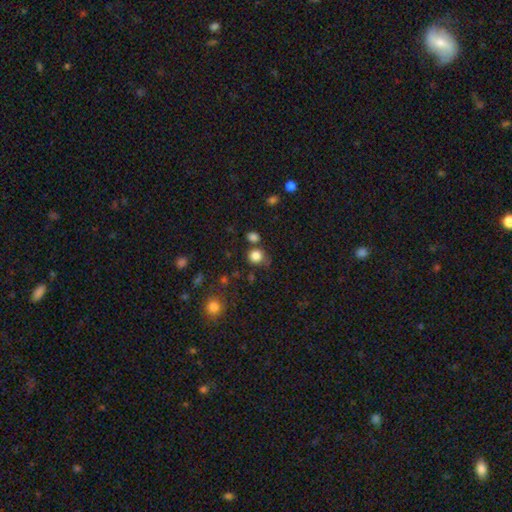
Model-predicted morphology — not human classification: smooth-or-featured: smooth: 83% | star or artifact: 12% | featured or disk: 5%
  how-rounded: round: 85% | in between: 14% | cigar-shaped: 1%
  merging: none: 70% | minor disturbance: 15% | merger: 11% | major disturbance: 5%